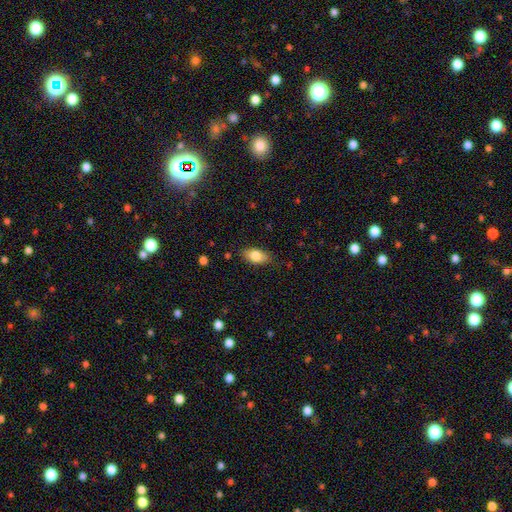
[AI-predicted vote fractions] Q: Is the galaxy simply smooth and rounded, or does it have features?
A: smooth — 80%.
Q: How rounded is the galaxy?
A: in between — 89%.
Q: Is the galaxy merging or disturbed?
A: none — 83%.